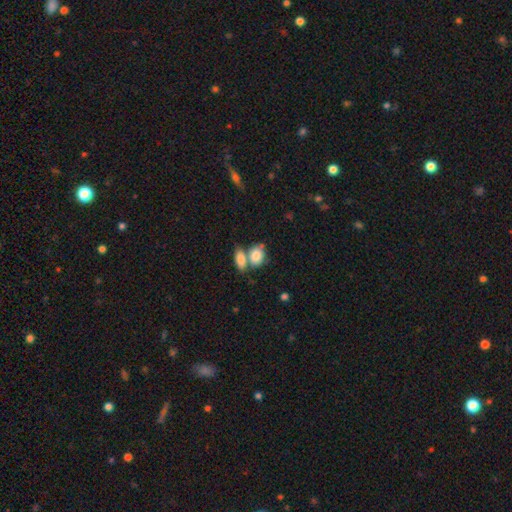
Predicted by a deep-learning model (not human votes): Smooth or featured: smooth — 84% (featured or disk — 9%)
How rounded: in between — 73% (round — 25%)
Merging: merger — 54% (none — 32%)